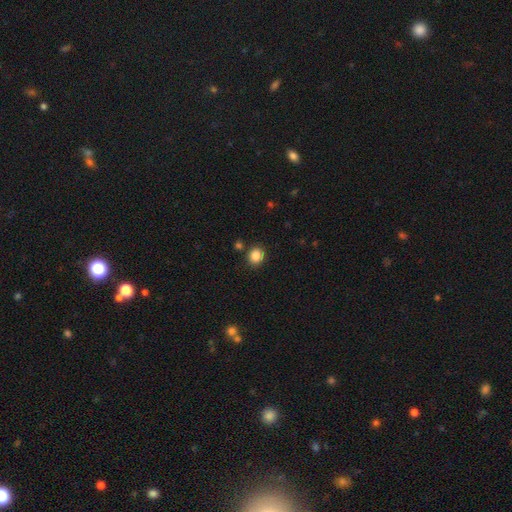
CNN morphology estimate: smooth 86%, star or artifact 10%, featured or disk 4%. Down the decision tree: how rounded — round (78%); merging — none (85%).